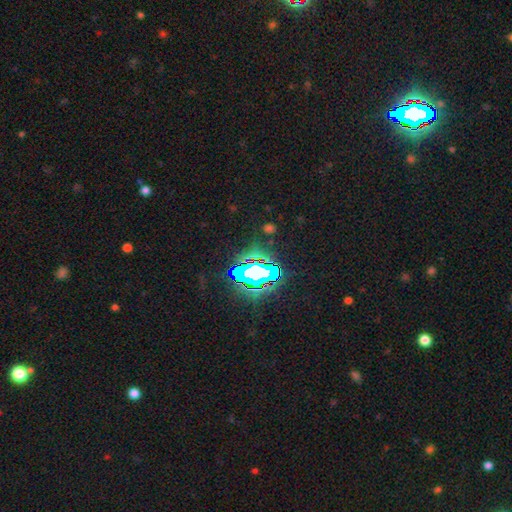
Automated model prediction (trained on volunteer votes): smooth-or-featured: star or artifact: 82% | smooth: 11% | featured or disk: 7%